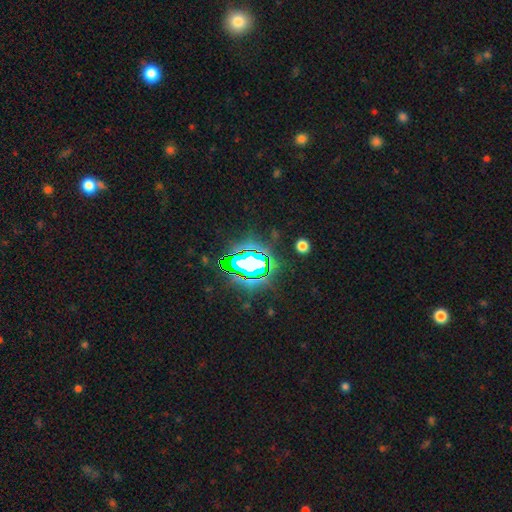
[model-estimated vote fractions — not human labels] Smooth or featured? Predicted: star or artifact (p=0.78).